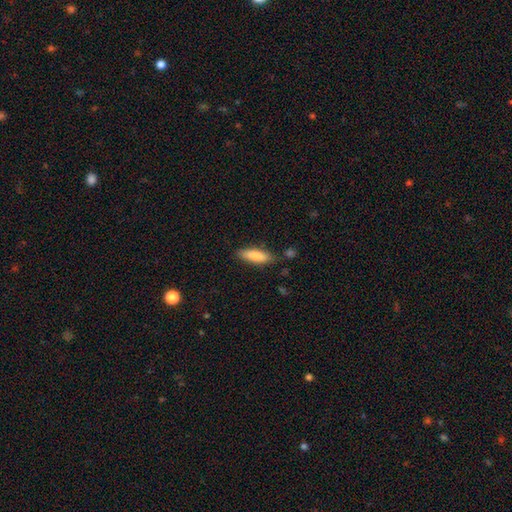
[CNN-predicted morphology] Smooth or featured: smooth — 86% (featured or disk — 9%)
How rounded: cigar-shaped — 51% (in between — 47%)
Merging: none — 79% (minor disturbance — 14%)